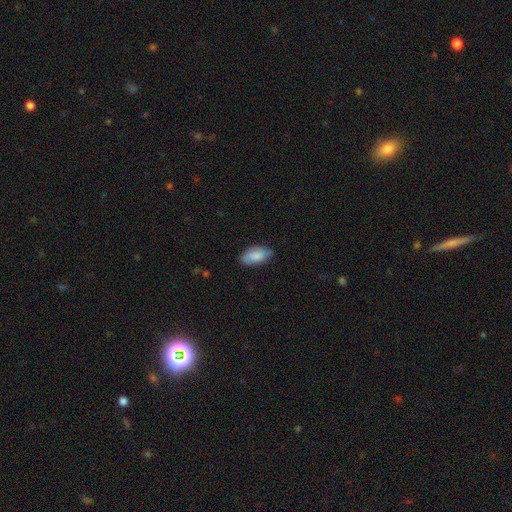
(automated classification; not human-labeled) Morphology: type=smooth (84%); roundness=in between (93%); merging=none (76%).